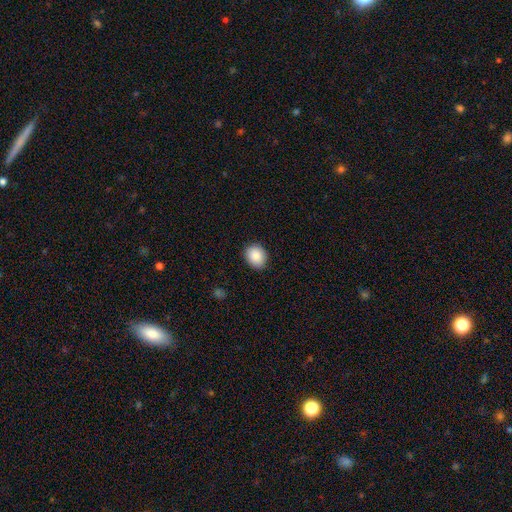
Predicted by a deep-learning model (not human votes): Smooth or featured?
  - smooth: 89% *
  - star or artifact: 7%
  - featured or disk: 4%
How rounded?
  - round: 59% *
  - in between: 41%
  - cigar-shaped: 1%
Merging?
  - none: 88% *
  - minor disturbance: 9%
  - major disturbance: 2%
  - merger: 1%